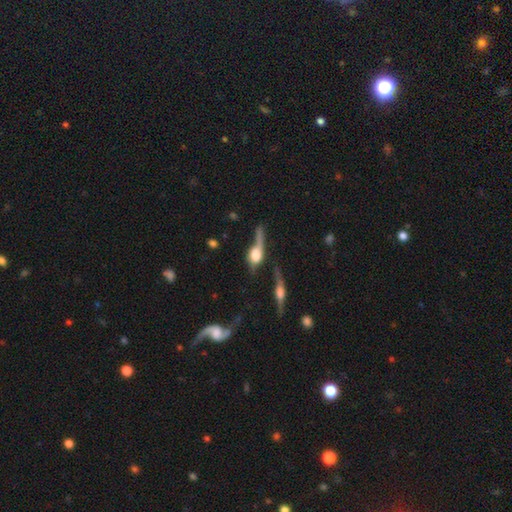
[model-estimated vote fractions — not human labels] Overall: featured or disk (53%; smooth 35%). Edge-on disk: yes (66%; no 34%). Merging: none (34%; major disturbance 27%).